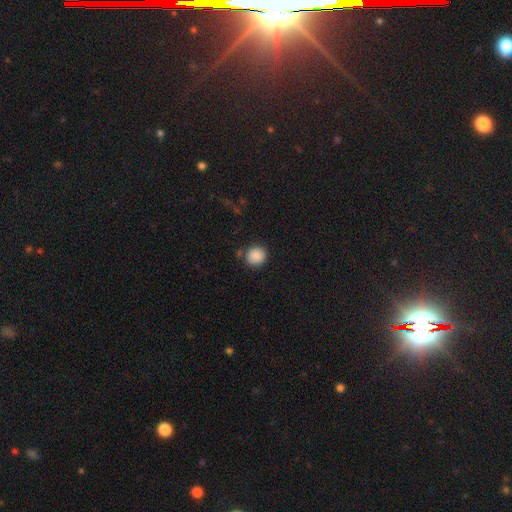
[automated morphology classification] Overall: smooth (89%). How rounded: round (88%). Merging: none (82%).